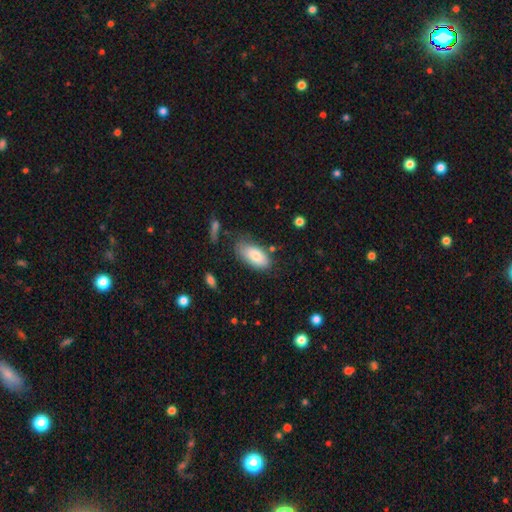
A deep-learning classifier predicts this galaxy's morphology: A smooth galaxy with no disk features (81%) that is in between round and cigar-shaped (93%). Merging: none (65%).